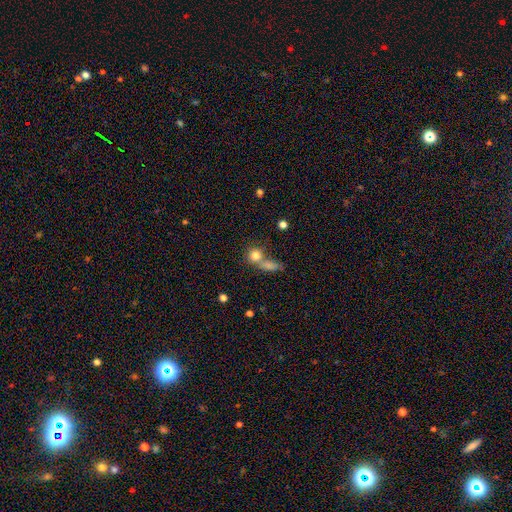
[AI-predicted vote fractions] A smooth galaxy with no disk features (80%) that is round (81%). Merging: none (47%).